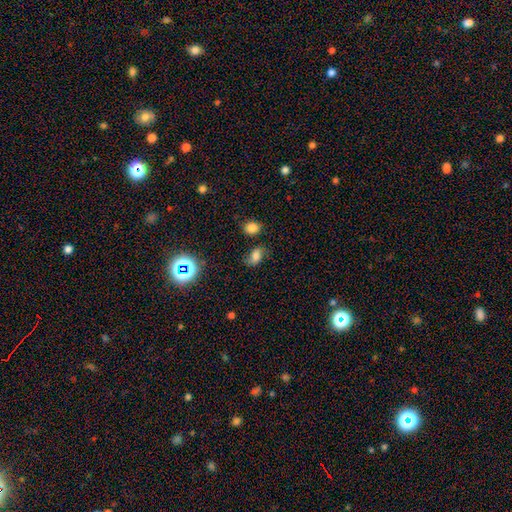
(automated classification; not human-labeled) The model was most divided on "smooth or featured": smooth: 61%, featured or disk: 21%, star or artifact: 18%. More confident: how rounded — in between (81%); merging — none (68%).